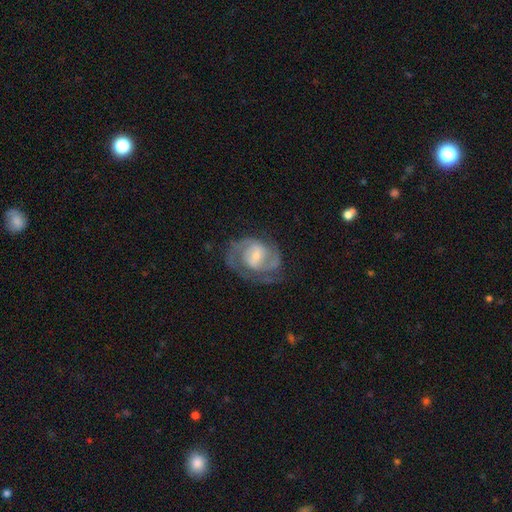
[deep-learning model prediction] Overall: featured or disk (86%). Edge-on disk: no (98%). Bar: weak (51%; no 30%). Spiral arms: yes (96%). Spiral arm count: 2 (71%). Spiral winding: medium (49%; tight 40%). Bulge size: small (60%; moderate 31%). Merging: none (66%).